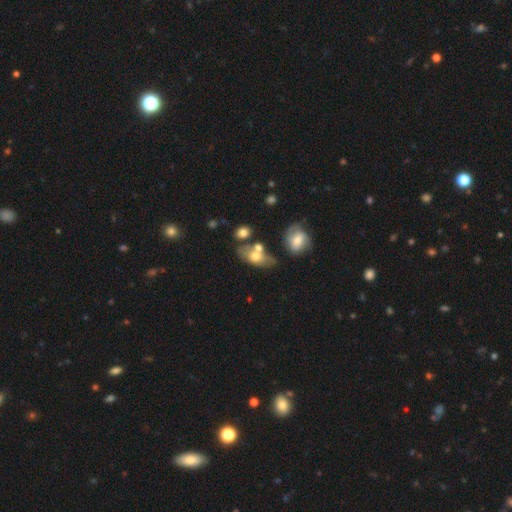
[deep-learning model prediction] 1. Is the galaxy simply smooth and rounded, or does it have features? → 62% smooth, 29% featured or disk, 9% star or artifact.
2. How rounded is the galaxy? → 83% in between, 10% round, 7% cigar-shaped.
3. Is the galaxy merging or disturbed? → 45% none, 30% merger, 18% minor disturbance, 7% major disturbance.